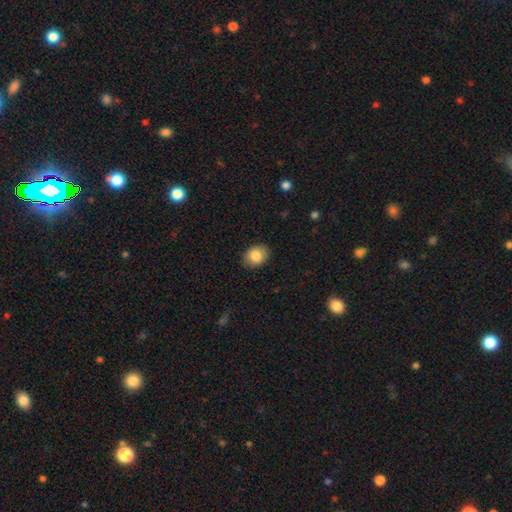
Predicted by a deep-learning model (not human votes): Smooth or featured? Predicted: smooth (p=0.85). How rounded? Predicted: in between (p=0.59). Merging? Predicted: none (p=0.86).